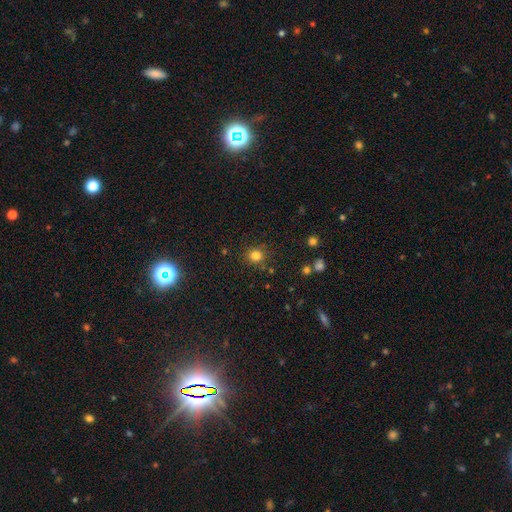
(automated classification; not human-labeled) Smooth or featured? Predicted: smooth (p=0.81). How rounded? Predicted: round (p=0.88). Merging? Predicted: none (p=0.85).